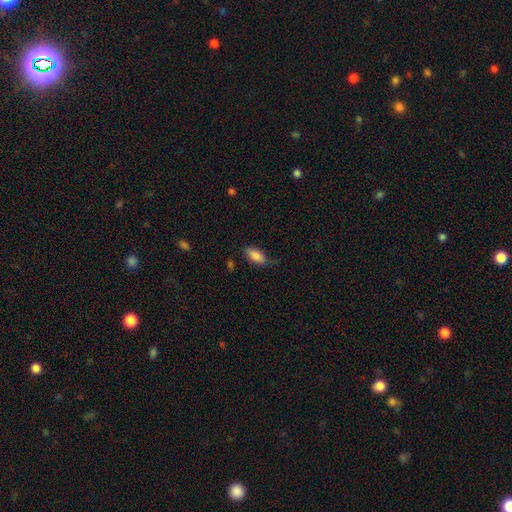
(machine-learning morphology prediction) Smooth or featured: smooth — 85% (featured or disk — 8%)
How rounded: in between — 88% (cigar-shaped — 10%)
Merging: none — 64% (minor disturbance — 27%)